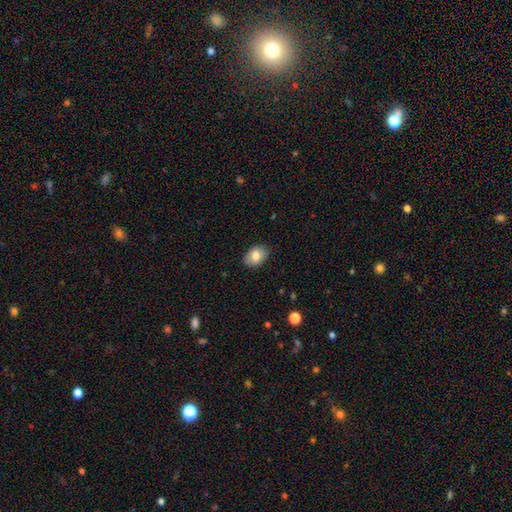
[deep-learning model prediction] Smooth or featured: smooth — 80% (featured or disk — 12%)
How rounded: in between — 83% (round — 16%)
Merging: none — 85% (minor disturbance — 11%)